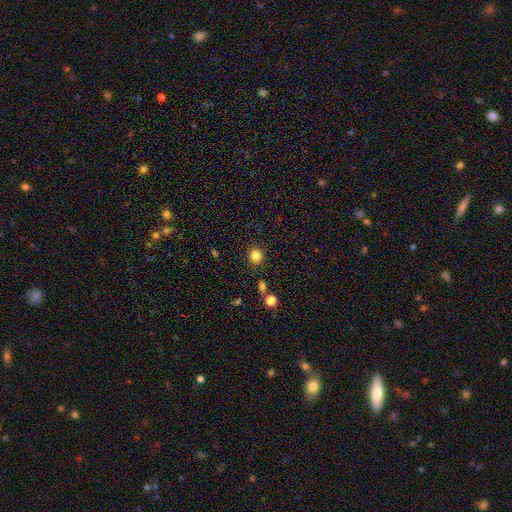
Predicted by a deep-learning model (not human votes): The model was most divided on "how rounded": round: 84%, in between: 15%, cigar-shaped: 1%. More confident: merging — none (87%); smooth or featured — smooth (83%).